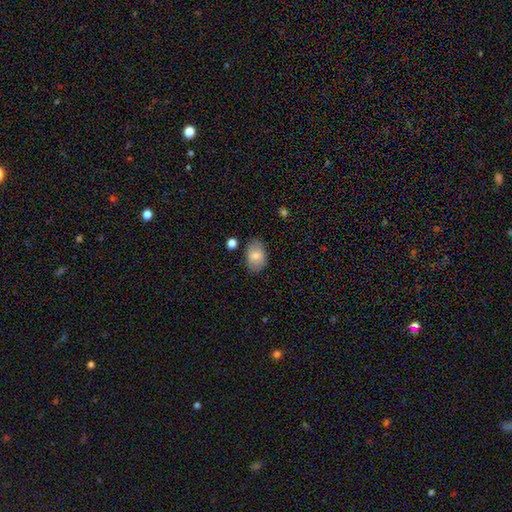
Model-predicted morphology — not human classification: Smooth or featured?
  - smooth: 79% *
  - featured or disk: 14%
  - star or artifact: 7%
How rounded?
  - in between: 84% *
  - round: 14%
  - cigar-shaped: 1%
Merging?
  - none: 79% *
  - minor disturbance: 15%
  - major disturbance: 3%
  - merger: 2%